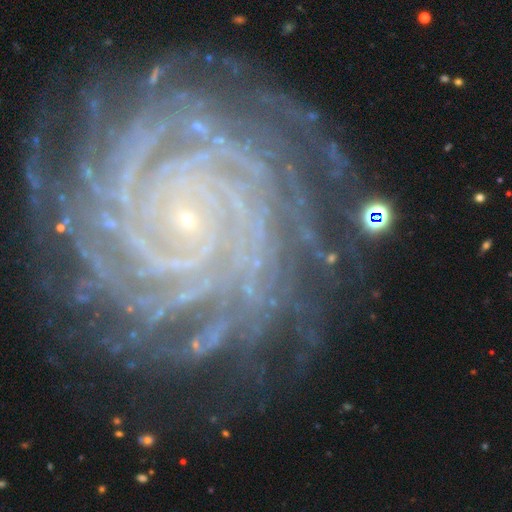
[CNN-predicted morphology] Q: Smooth or featured?
A: featured or disk (91%); runner-up: star or artifact (6%)
Q: Edge-on disk?
A: no (98%); runner-up: yes (2%)
Q: Bar?
A: no (69%); runner-up: weak (19%)
Q: Spiral arms?
A: yes (99%); runner-up: no (1%)
Q: Spiral winding?
A: tight (87%); runner-up: medium (11%)
Q: Spiral arm count?
A: more than 4 (35%); runner-up: 4 (18%)
Q: Bulge size?
A: small (90%); runner-up: moderate (6%)
Q: Merging?
A: none (79%); runner-up: minor disturbance (14%)